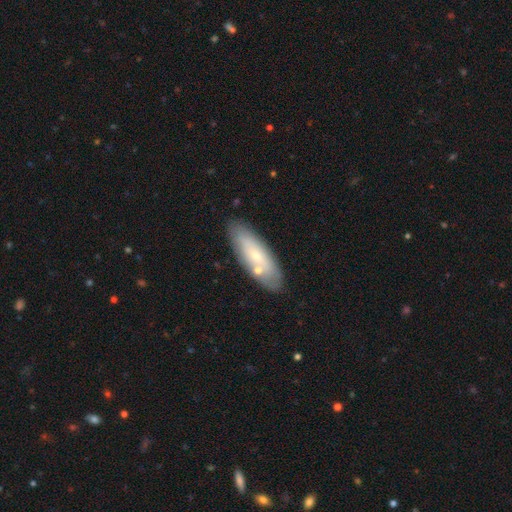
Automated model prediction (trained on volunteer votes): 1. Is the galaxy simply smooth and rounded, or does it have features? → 55% smooth, 38% featured or disk, 7% star or artifact.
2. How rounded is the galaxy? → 59% in between, 39% cigar-shaped, 2% round.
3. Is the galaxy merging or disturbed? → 77% none, 13% minor disturbance, 7% merger, 3% major disturbance.